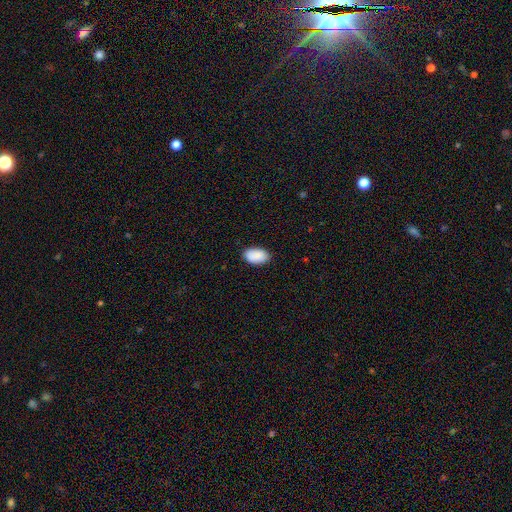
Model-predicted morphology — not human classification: type=smooth (90%); roundness=in between (94%); merging=none (86%).